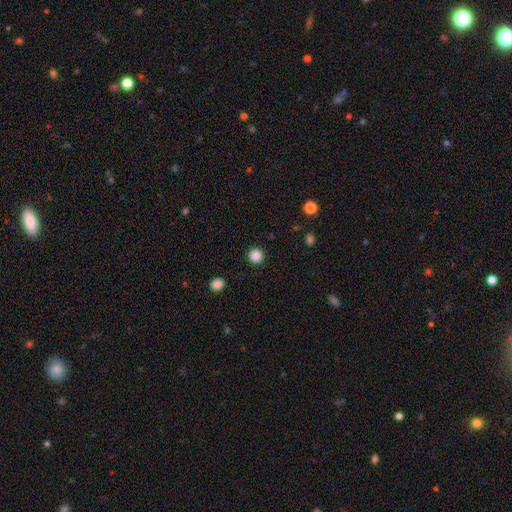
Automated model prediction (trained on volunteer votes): Morphology: type=smooth (86%); roundness=round (95%); merging=none (92%).